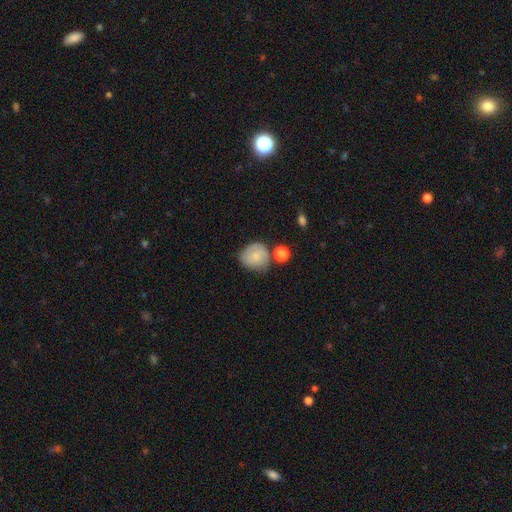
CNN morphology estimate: A smooth galaxy with no disk features (72%) that is round (75%). Merging: none (54%).